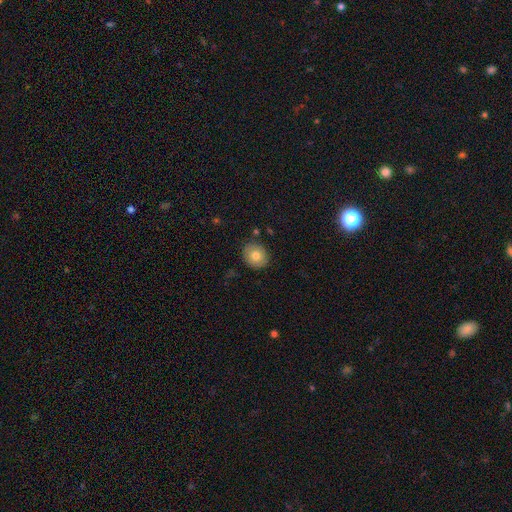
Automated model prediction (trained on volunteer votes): A smooth galaxy with no disk features (77%) that is round (78%). Merging: none (86%).